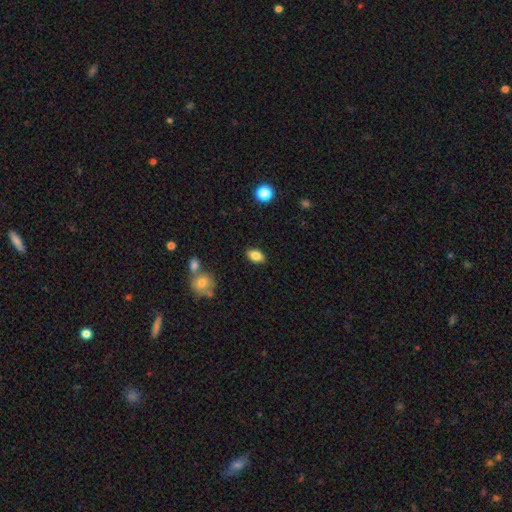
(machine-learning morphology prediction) Overall: smooth (82%). How rounded: in between (89%). Merging: none (87%).